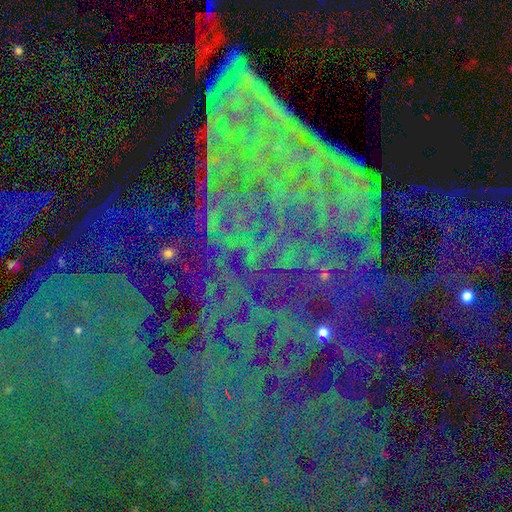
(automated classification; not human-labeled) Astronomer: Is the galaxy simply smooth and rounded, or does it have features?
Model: star or artifact — 84%.